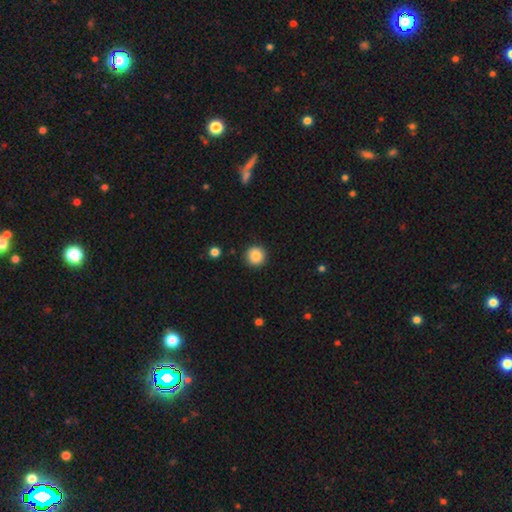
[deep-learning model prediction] smooth 87%, star or artifact 9%, featured or disk 4%. Down the decision tree: how rounded — round (95%); merging — none (92%).